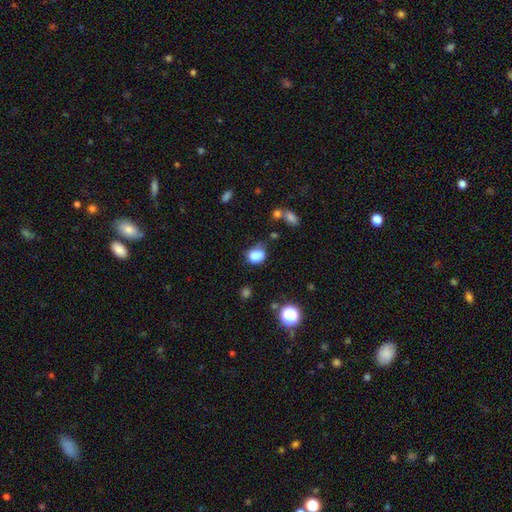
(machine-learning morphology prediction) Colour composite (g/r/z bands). It shows a smooth galaxy with no disk features (82%) that is round (50%). Merging: none (49%).